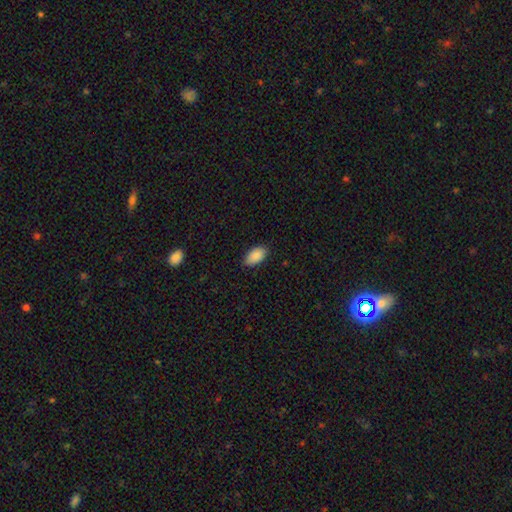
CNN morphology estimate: A smooth galaxy with no disk features (89%) that is in between round and cigar-shaped (95%).

Vote fractions:
- Smooth or featured? smooth: 89% / star or artifact: 7% / featured or disk: 4%
- How rounded? in between: 95% / round: 3% / cigar-shaped: 2%
- Merging? none: 84% / minor disturbance: 13% / major disturbance: 2% / merger: 1%